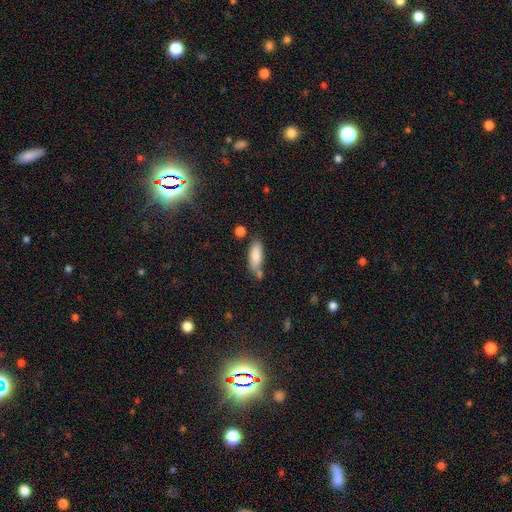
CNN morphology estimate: This is clearly a smooth galaxy (85%). How rounded: likely in between (68%). Merging: likely none (65%).